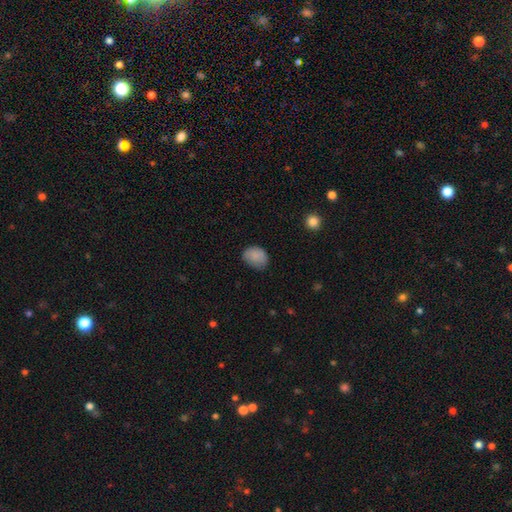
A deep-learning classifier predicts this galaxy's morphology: The model was most divided on "how rounded": in between: 62%, round: 37%, cigar-shaped: 1%. More confident: smooth or featured — smooth (85%); merging — none (65%).